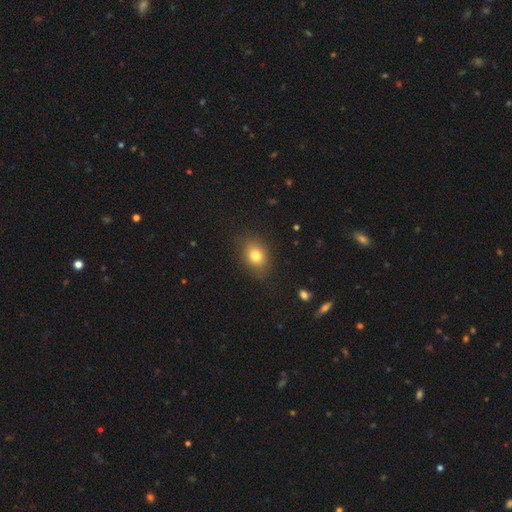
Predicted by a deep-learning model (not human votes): This is likely a smooth galaxy (78%). How rounded: likely in between (61%). Merging: clearly none (84%).